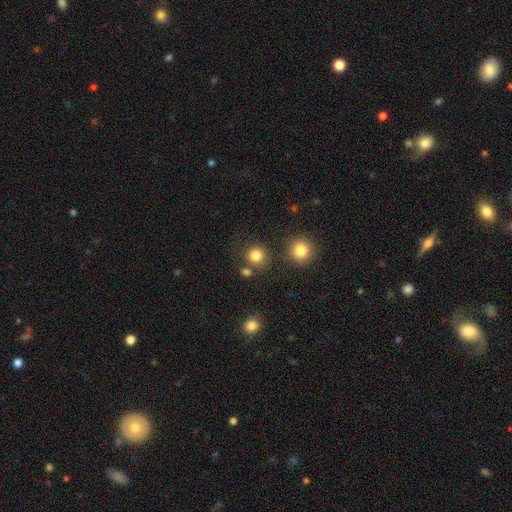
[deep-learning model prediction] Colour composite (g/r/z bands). It shows a smooth galaxy with no disk features (82%) that is round (91%). Merging: none (78%).